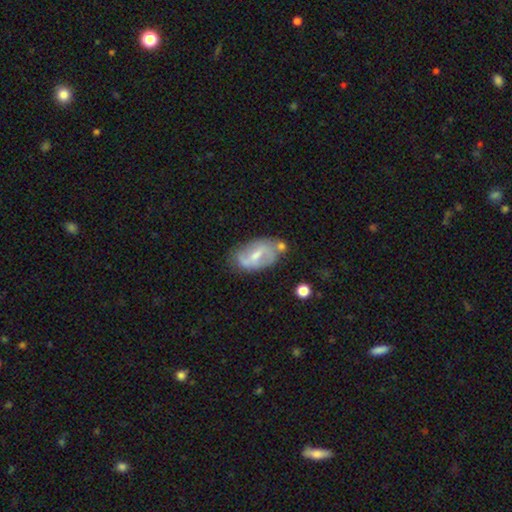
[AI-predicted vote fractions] Overall: featured or disk (67%). Edge-on disk: no (94%). Bar: weak (47%; strong 37%). Spiral arms: yes (73%). Bulge size: small (46%; moderate 44%). Merging: none (60%; minor disturbance 23%).